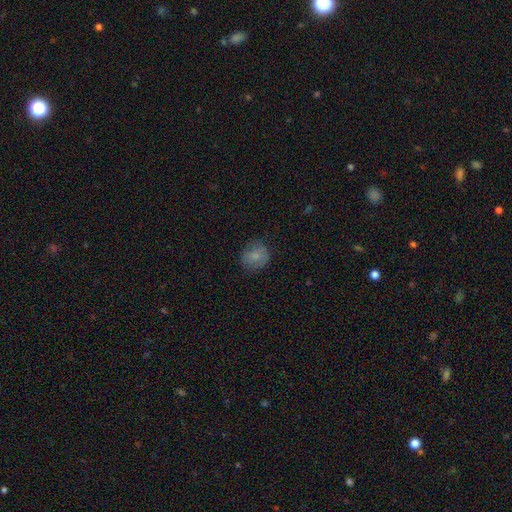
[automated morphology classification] smooth_or_featured: smooth (p=0.79) [alt: featured or disk p=0.12]
how_rounded: round (p=0.80) [alt: in between p=0.19]
merging: none (p=0.76) [alt: minor disturbance p=0.17]